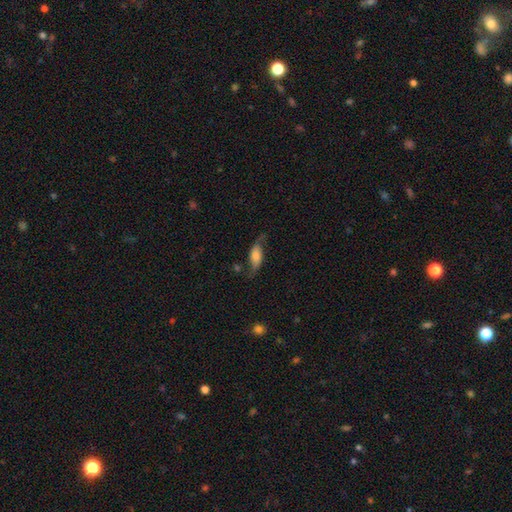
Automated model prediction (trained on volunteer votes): Morphology: type=featured or disk (48%); merging=none (58%).